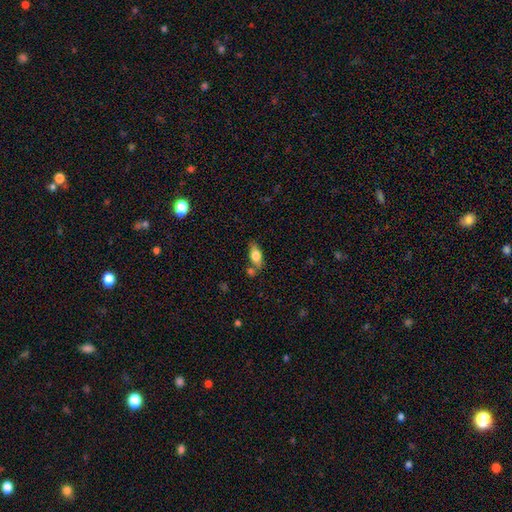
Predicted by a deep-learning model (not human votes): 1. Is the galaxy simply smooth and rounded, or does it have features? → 76% smooth, 16% featured or disk, 7% star or artifact.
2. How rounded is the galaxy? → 84% in between, 12% cigar-shaped, 4% round.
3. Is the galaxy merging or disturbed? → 66% none, 18% minor disturbance, 12% merger, 4% major disturbance.